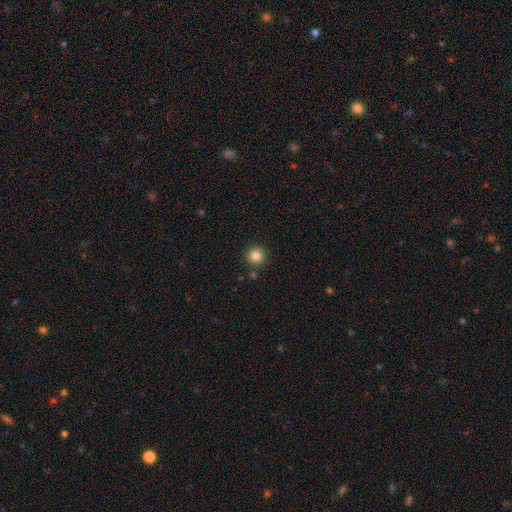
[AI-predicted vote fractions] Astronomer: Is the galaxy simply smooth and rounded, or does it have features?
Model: smooth — 85%.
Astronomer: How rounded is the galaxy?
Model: round — 95%.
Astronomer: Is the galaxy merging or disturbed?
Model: none — 89%.